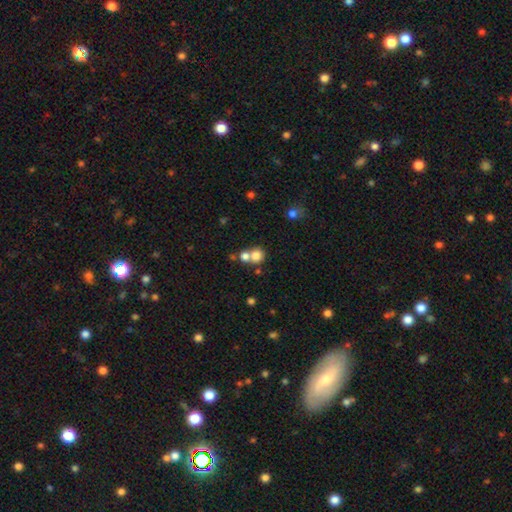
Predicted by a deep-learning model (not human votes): smooth-or-featured: smooth: 77% | star or artifact: 12% | featured or disk: 10%
  how-rounded: round: 83% | in between: 16% | cigar-shaped: 1%
  merging: merger: 47% | none: 43% | minor disturbance: 6% | major disturbance: 3%